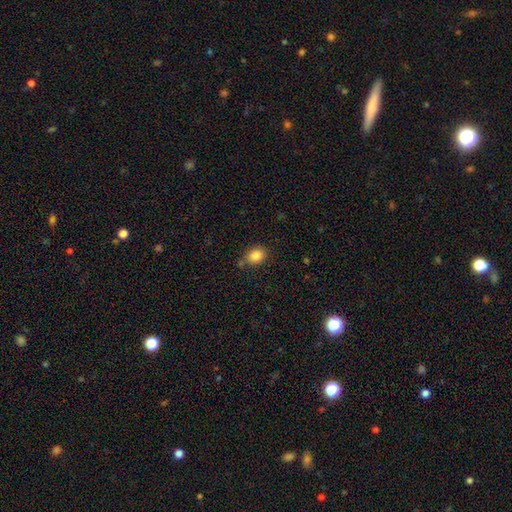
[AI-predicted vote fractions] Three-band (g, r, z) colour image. It shows a smooth galaxy with no disk features (85%) that is round (57%). Merging: none (74%).